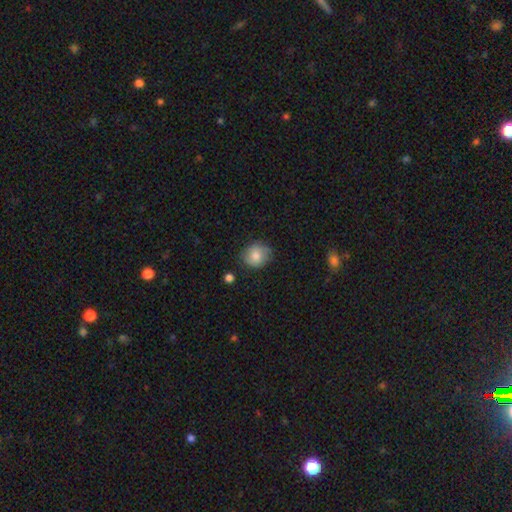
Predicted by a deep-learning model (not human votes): Smooth or featured? smooth (79%)
How rounded? round (76%)
Merging? none (77%)